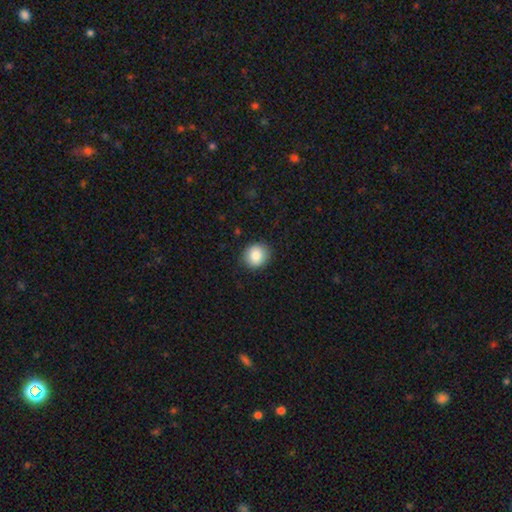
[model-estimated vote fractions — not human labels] Smooth or featured? smooth (86%)
How rounded? round (86%)
Merging? none (88%)